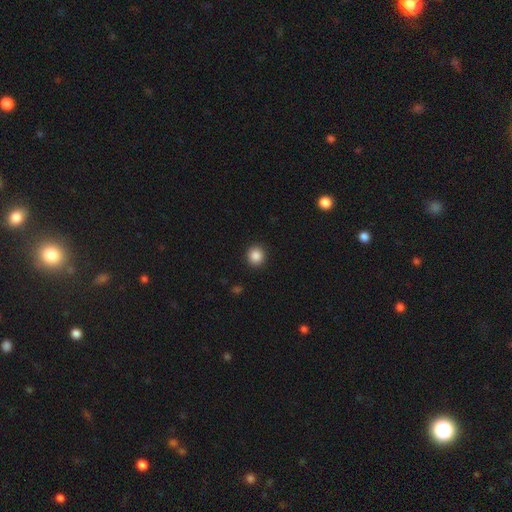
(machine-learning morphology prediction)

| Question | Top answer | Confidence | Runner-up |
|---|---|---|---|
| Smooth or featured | smooth | 87% | star or artifact (10%) |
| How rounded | round | 92% | in between (7%) |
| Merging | none | 92% | minor disturbance (5%) |